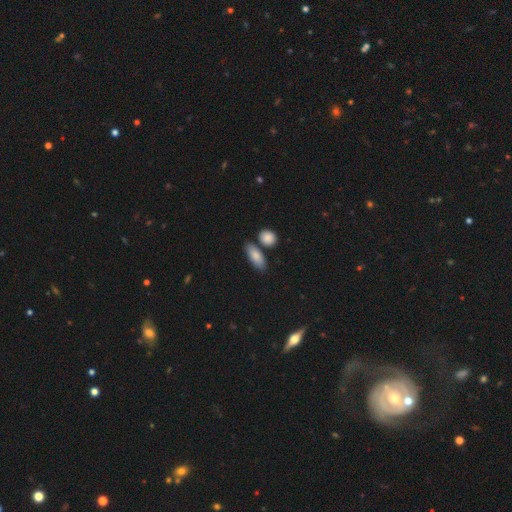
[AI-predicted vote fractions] This is clearly a smooth galaxy (83%). How rounded: likely in between (76%). Merging: likely none (71%).